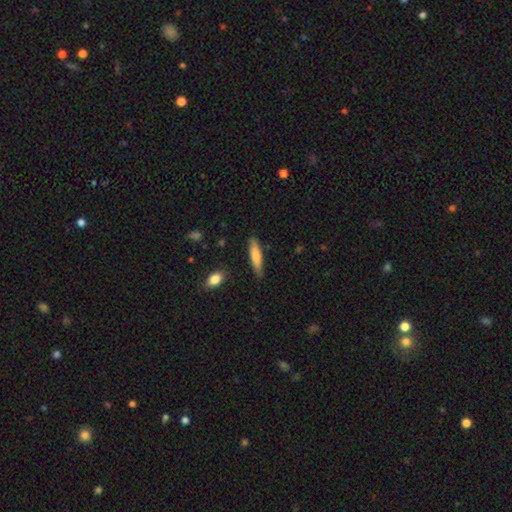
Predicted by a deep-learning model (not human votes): Overall: smooth (77%). How rounded: cigar-shaped (75%). Merging: none (83%).